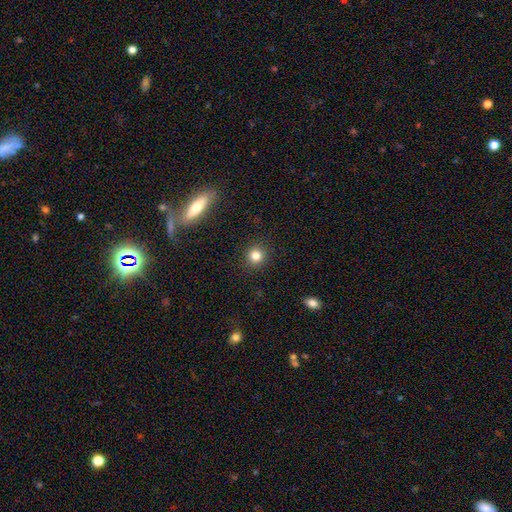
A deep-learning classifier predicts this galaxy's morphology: This is clearly a smooth galaxy (82%). How rounded: clearly round (93%). Merging: clearly none (92%).